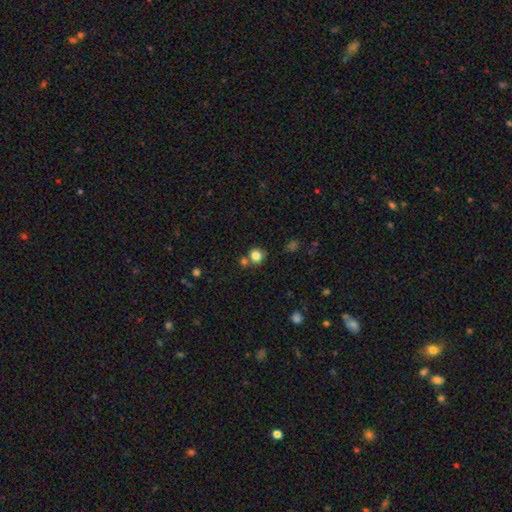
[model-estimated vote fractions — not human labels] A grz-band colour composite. It shows a smooth galaxy with no disk features (82%) that is round (85%). Merging: none (65%).